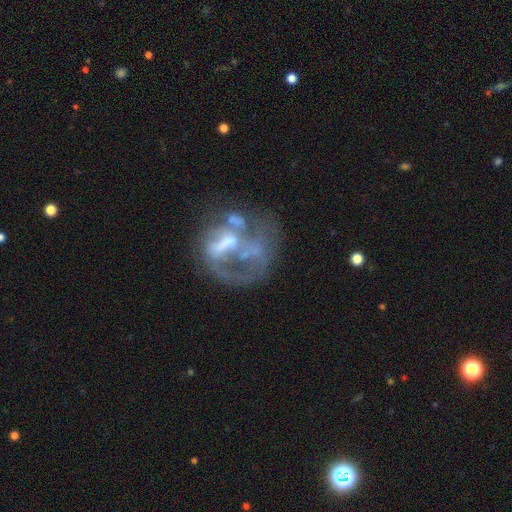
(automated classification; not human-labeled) Smooth or featured: featured or disk — 66% (smooth — 19%)
Edge-on disk: no — 97% (yes — 3%)
Bar: no — 59% (weak — 27%)
Spiral arms: no — 65% (yes — 35%)
Bulge size: none — 37% (small — 30%)
Merging: major disturbance — 35% (none — 31%)